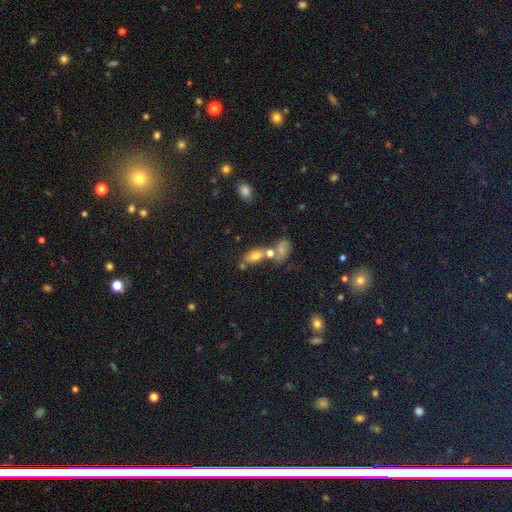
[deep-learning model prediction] Morphology: type=smooth (70%); roundness=in between (82%); merging=none (40%).